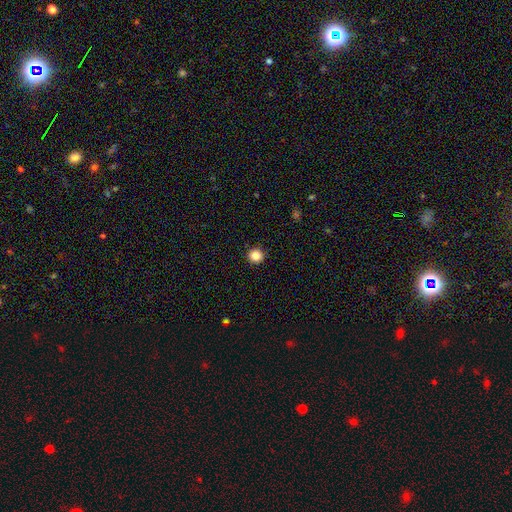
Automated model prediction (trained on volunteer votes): smooth-or-featured: smooth: 85% | star or artifact: 11% | featured or disk: 4%
  how-rounded: round: 94% | in between: 5% | cigar-shaped: 1%
  merging: none: 92% | minor disturbance: 5% | major disturbance: 2% | merger: 1%